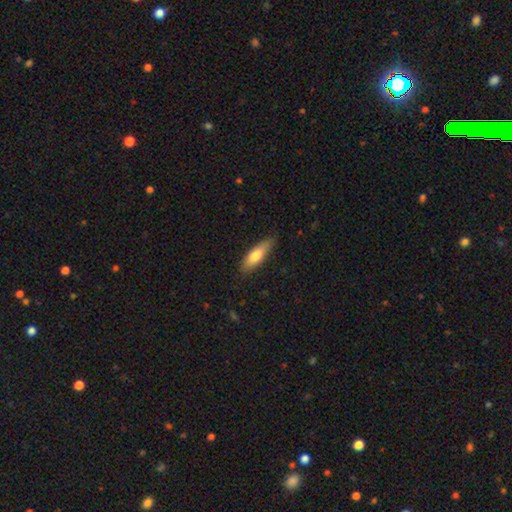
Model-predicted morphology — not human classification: Smooth or featured?
  - smooth: 76% *
  - featured or disk: 18%
  - star or artifact: 6%
How rounded?
  - cigar-shaped: 49% * (tied)
  - in between: 49% * (tied)
  - round: 2%
Merging?
  - none: 81% *
  - minor disturbance: 16%
  - major disturbance: 3%
  - merger: 1%